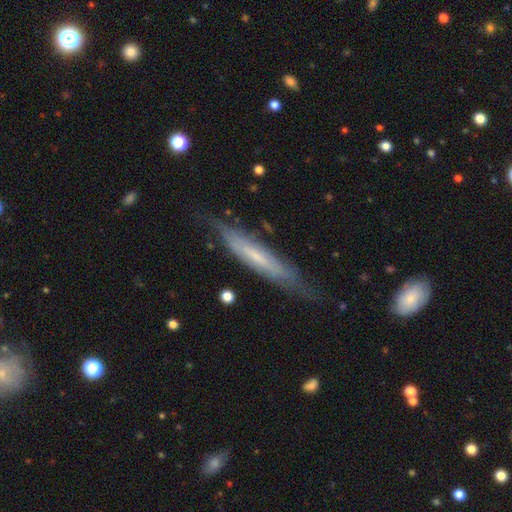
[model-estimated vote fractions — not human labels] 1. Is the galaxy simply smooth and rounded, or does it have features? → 58% featured or disk, 35% smooth, 6% star or artifact.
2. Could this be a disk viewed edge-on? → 71% yes, 29% no.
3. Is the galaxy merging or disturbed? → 71% none, 21% minor disturbance, 6% major disturbance, 2% merger.